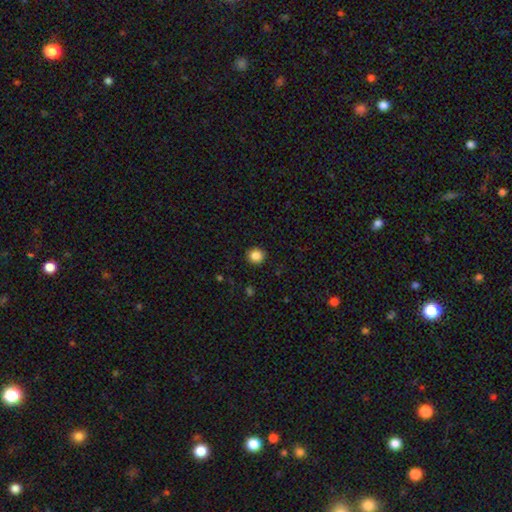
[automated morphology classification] The model was most divided on "smooth or featured": smooth: 86%, star or artifact: 10%, featured or disk: 4%. More confident: merging — none (92%); how rounded — round (91%).